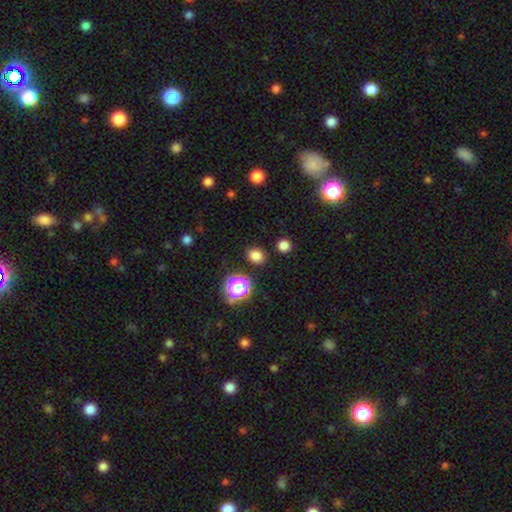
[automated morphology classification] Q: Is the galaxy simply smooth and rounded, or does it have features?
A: smooth — 78%.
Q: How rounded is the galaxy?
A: in between — 54%.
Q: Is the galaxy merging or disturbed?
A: none — 87%.